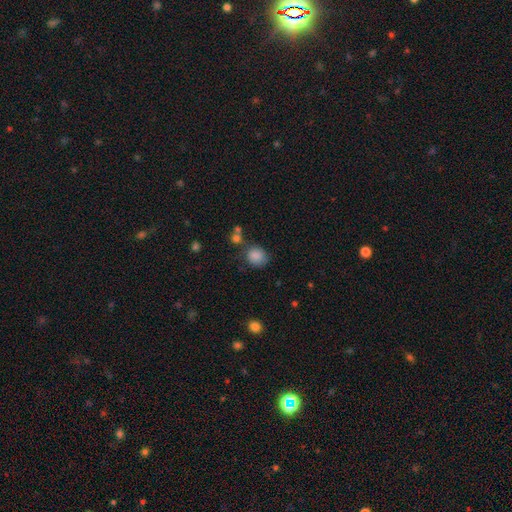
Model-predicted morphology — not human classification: Smooth or featured: smooth — 85% (star or artifact — 10%)
How rounded: round — 76% (in between — 23%)
Merging: none — 67% (minor disturbance — 19%)